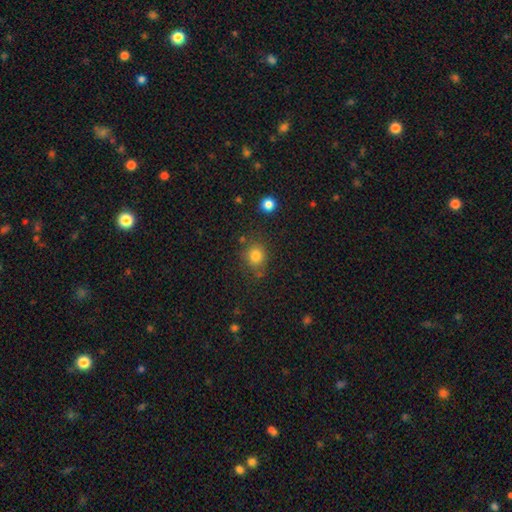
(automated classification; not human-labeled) Smooth or featured?
  - smooth: 81% *
  - star or artifact: 12%
  - featured or disk: 6%
How rounded?
  - round: 77% *
  - in between: 22%
  - cigar-shaped: 1%
Merging?
  - none: 73% *
  - minor disturbance: 15%
  - merger: 6%
  - major disturbance: 5%